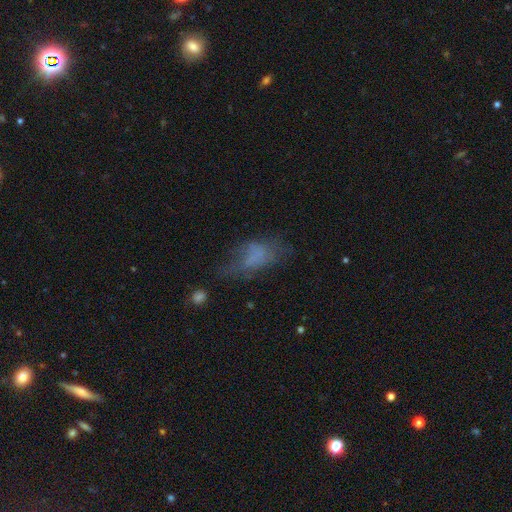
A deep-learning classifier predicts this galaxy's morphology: Smooth or featured?
  - smooth: 54% *
  - featured or disk: 30%
  - star or artifact: 16%
How rounded?
  - in between: 85% *
  - cigar-shaped: 8%
  - round: 7%
Merging?
  - none: 36% *
  - major disturbance: 33%
  - minor disturbance: 27%
  - merger: 5%